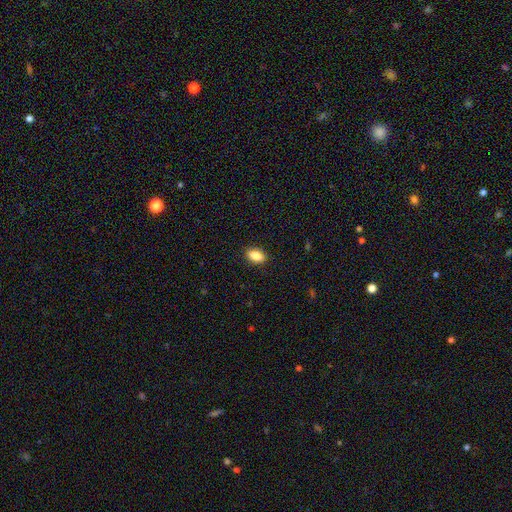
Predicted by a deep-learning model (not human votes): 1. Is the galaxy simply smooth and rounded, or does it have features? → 86% smooth, 8% star or artifact, 6% featured or disk.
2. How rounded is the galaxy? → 88% in between, 6% round, 5% cigar-shaped.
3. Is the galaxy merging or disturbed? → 89% none, 8% minor disturbance, 2% major disturbance, 1% merger.